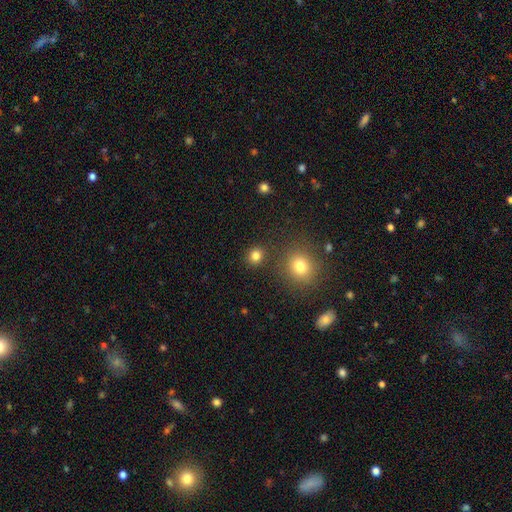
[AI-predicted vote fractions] smooth_or_featured: smooth (p=0.81) [alt: star or artifact p=0.14]
how_rounded: round (p=0.85) [alt: in between p=0.15]
merging: none (p=0.85) [alt: minor disturbance p=0.07]